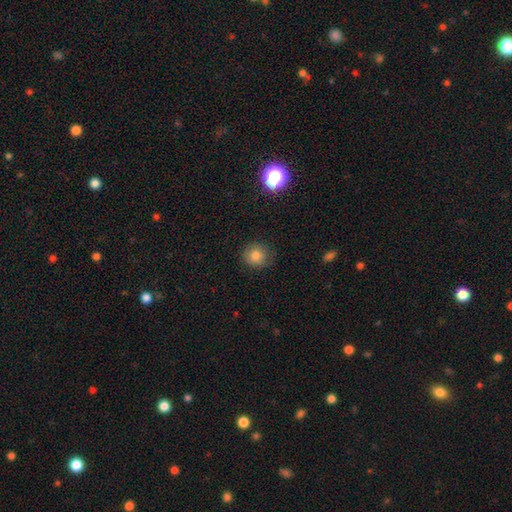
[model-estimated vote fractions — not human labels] Overall: smooth (81%). How rounded: round (86%). Merging: none (81%).